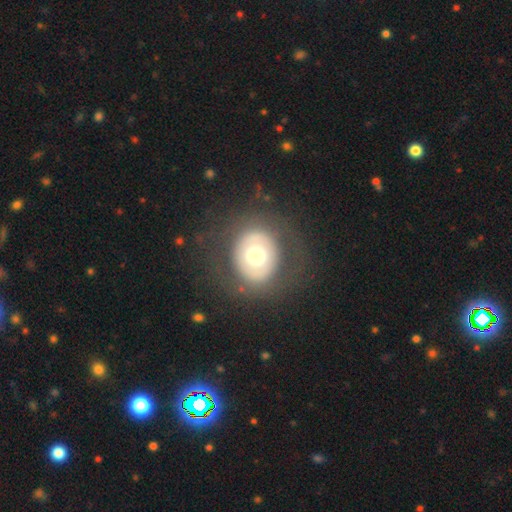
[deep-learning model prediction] Smooth or featured: smooth — 52% (featured or disk — 40%)
How rounded: round — 73% (in between — 26%)
Merging: none — 79% (minor disturbance — 10%)